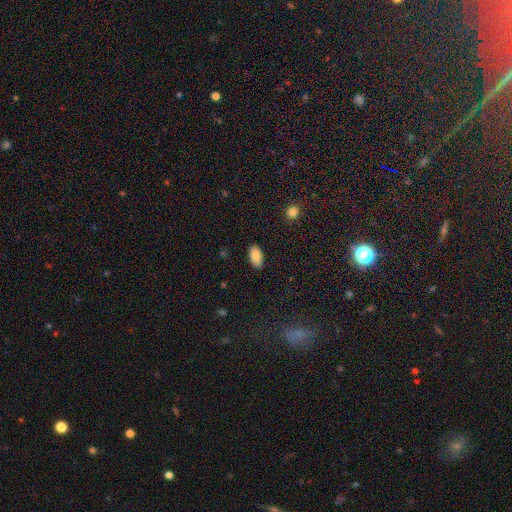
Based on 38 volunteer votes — smooth-or-featured: smooth: 84% | featured or disk: 8% | star or artifact: 8%
  how-rounded: in between: 91% | round: 6% | cigar-shaped: 3%
  merging: none: 83% | minor disturbance: 9% | major disturbance: 6% | merger: 3%